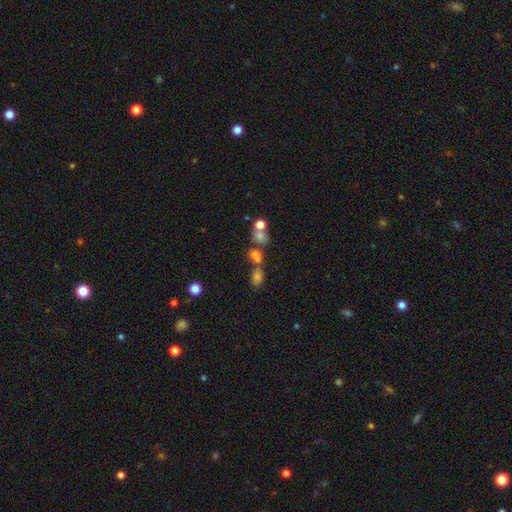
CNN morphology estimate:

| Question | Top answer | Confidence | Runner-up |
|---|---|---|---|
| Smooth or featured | smooth | 60% | star or artifact (24%) |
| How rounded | in between | 49% | round (48%) |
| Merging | merger | 45% | none (38%) |